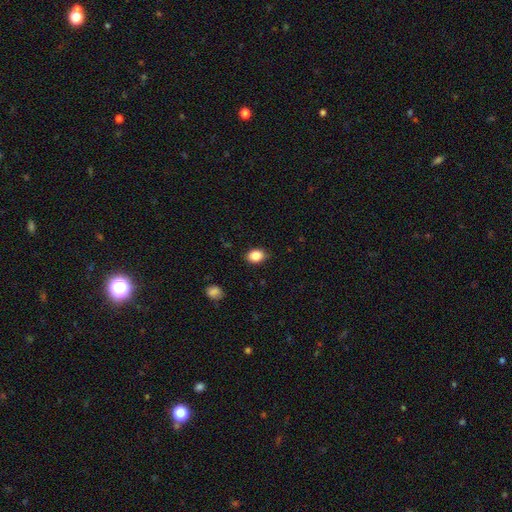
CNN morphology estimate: Q: Smooth or featured?
A: smooth (86%); runner-up: star or artifact (9%)
Q: How rounded?
A: in between (67%); runner-up: round (32%)
Q: Merging?
A: none (86%); runner-up: minor disturbance (11%)